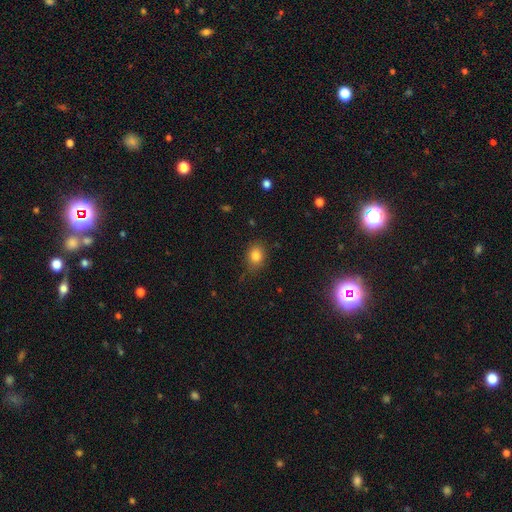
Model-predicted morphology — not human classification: type=smooth (82%); roundness=in between (54%); merging=none (77%).